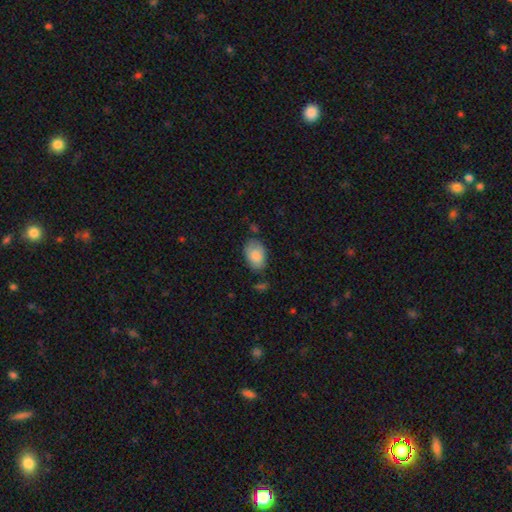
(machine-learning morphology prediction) smooth_or_featured: smooth (p=0.82) [alt: featured or disk p=0.12]
how_rounded: in between (p=0.89) [alt: round p=0.10]
merging: none (p=0.67) [alt: minor disturbance p=0.24]